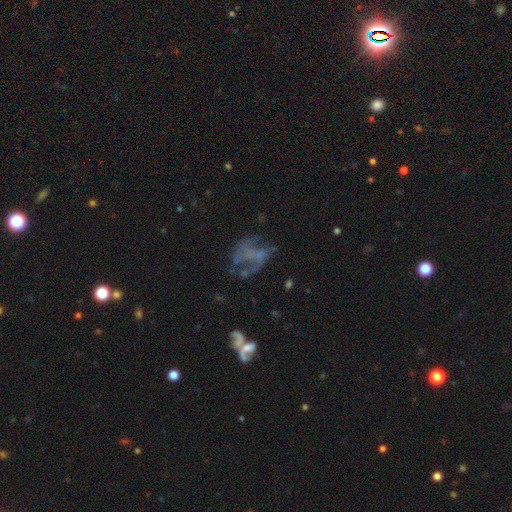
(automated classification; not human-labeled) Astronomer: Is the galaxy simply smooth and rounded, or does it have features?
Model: featured or disk — 64%.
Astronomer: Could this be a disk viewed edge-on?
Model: no — 97%.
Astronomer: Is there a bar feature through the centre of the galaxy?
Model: no — 69%.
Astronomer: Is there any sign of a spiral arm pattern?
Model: yes — 57% (runner-up: no, 43%).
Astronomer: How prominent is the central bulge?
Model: none — 76%.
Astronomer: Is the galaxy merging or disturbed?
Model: none — 44% (runner-up: major disturbance, 33%).